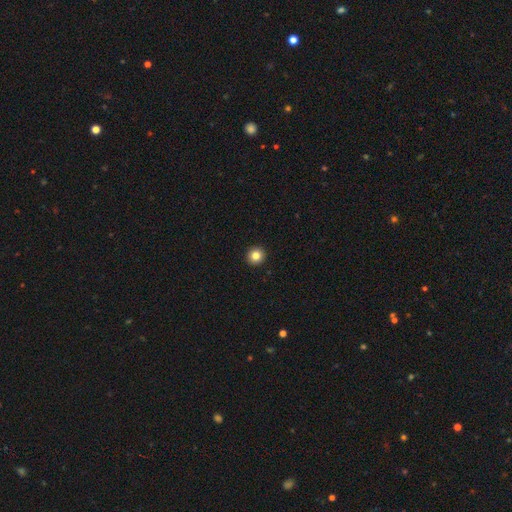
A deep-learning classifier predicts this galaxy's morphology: A smooth galaxy with no disk features (84%) that is round (94%).

Vote fractions:
- Smooth or featured? smooth: 84% / star or artifact: 10% / featured or disk: 6%
- How rounded? round: 94% / in between: 5% / cigar-shaped: 1%
- Merging? none: 94% / minor disturbance: 4% / major disturbance: 1% / merger: 1%